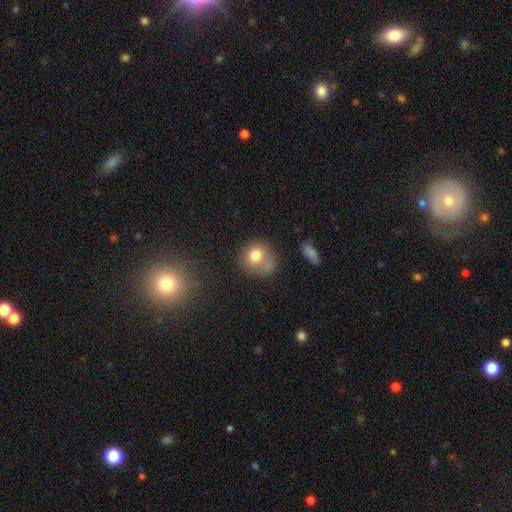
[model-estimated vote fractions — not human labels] This appears to be a smooth galaxy with no disk features (77%) that is round (78%). Merging: none (49%).